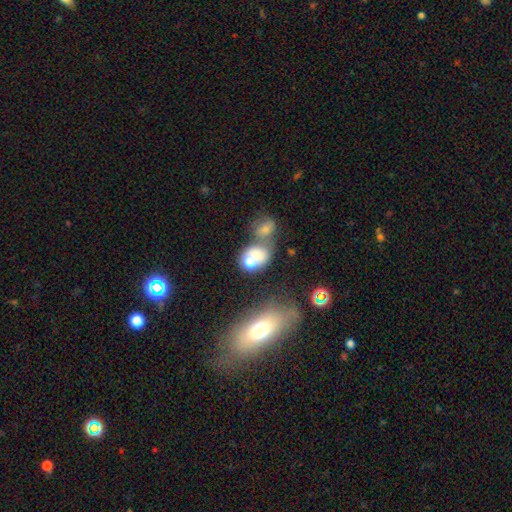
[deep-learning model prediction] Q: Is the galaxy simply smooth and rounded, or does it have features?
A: smooth — 66%.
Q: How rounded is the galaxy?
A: round — 52%.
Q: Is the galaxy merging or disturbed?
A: merger — 54%.